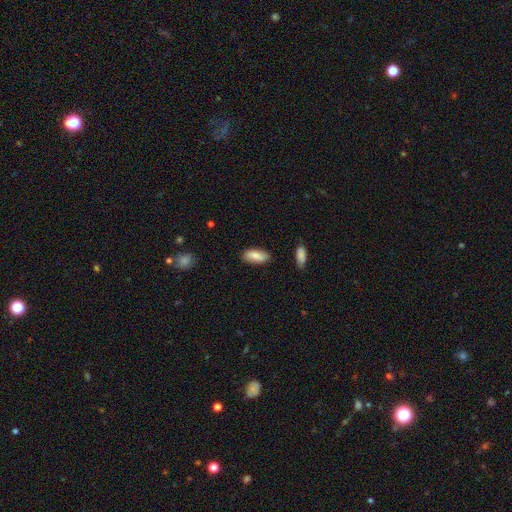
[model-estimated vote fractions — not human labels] Q: Smooth or featured?
A: smooth (82%); runner-up: featured or disk (12%)
Q: How rounded?
A: in between (82%); runner-up: cigar-shaped (16%)
Q: Merging?
A: none (81%); runner-up: minor disturbance (14%)